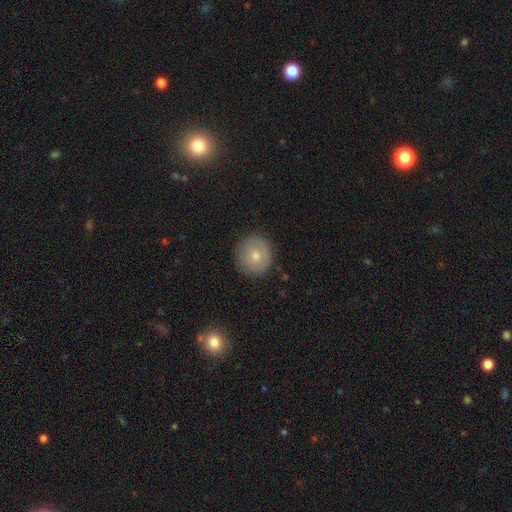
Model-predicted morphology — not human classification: smooth_or_featured: smooth (p=0.71) [alt: featured or disk p=0.22]
how_rounded: round (p=0.90) [alt: in between p=0.09]
merging: none (p=0.85) [alt: minor disturbance p=0.11]